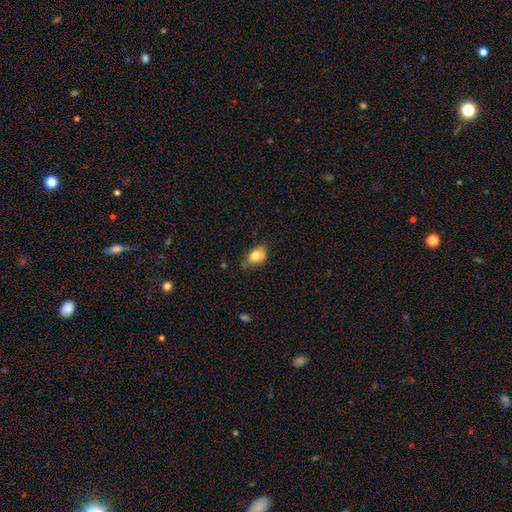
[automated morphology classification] Smooth or featured?
  - smooth: 76% *
  - featured or disk: 15%
  - star or artifact: 9%
How rounded?
  - in between: 76% *
  - round: 22%
  - cigar-shaped: 2%
Merging?
  - none: 55% *
  - minor disturbance: 26%
  - merger: 13%
  - major disturbance: 6%